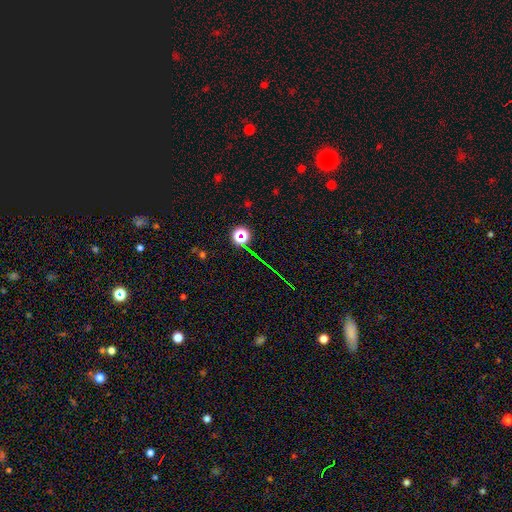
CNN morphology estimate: This appears to be a star or artifact, not a galaxy (69%).